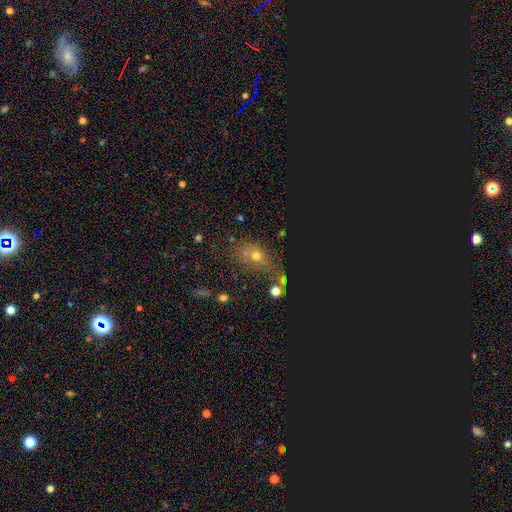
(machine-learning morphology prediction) Smooth or featured? Predicted: smooth (p=0.46). Merging? Predicted: none (p=0.50).